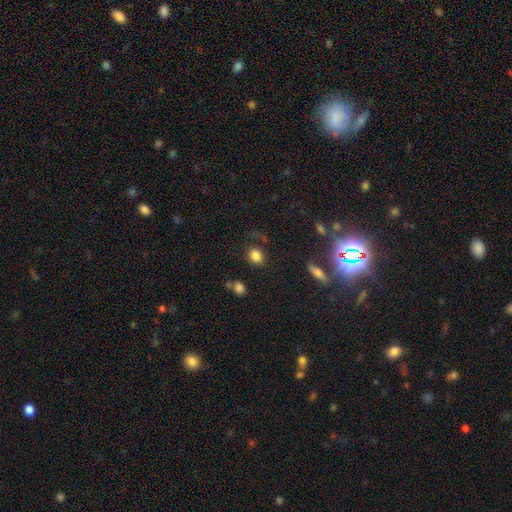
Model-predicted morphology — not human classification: smooth_or_featured: smooth (p=0.82) [alt: star or artifact p=0.11]
how_rounded: round (p=0.64) [alt: in between p=0.35]
merging: none (p=0.75) [alt: minor disturbance p=0.14]